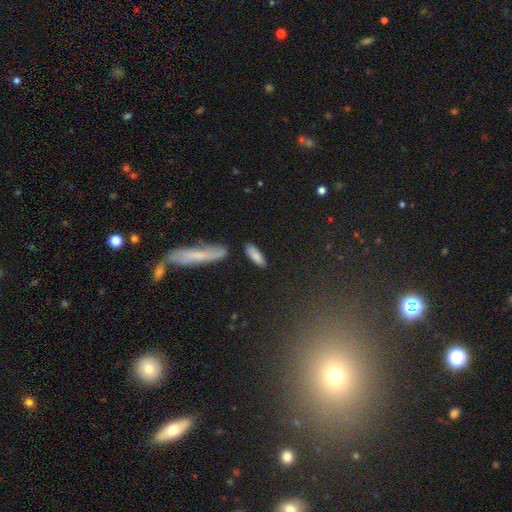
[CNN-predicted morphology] This appears to be a smooth galaxy with no disk features (82%) that is in between round and cigar-shaped (56%). Merging: none (77%).